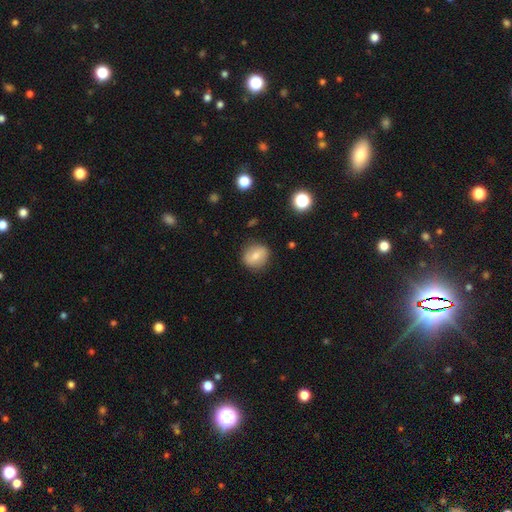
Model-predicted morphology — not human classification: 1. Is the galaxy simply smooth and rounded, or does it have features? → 68% smooth, 23% featured or disk, 9% star or artifact.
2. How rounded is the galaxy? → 77% round, 21% in between, 1% cigar-shaped.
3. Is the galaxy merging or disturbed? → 83% none, 13% minor disturbance, 3% major disturbance, 1% merger.